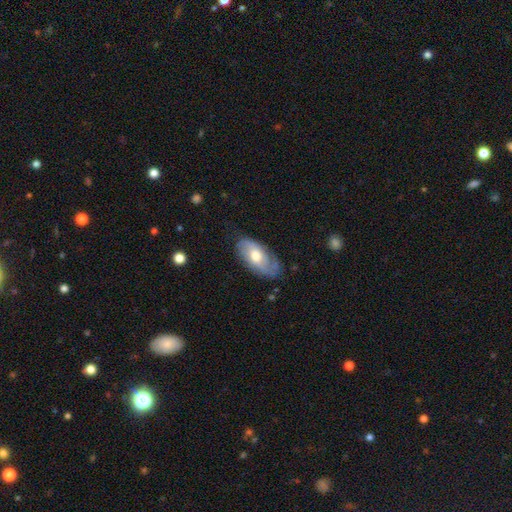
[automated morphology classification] Q: Smooth or featured?
A: featured or disk (53%); runner-up: smooth (41%)
Q: Edge-on disk?
A: no (89%); runner-up: yes (11%)
Q: Merging?
A: none (66%); runner-up: minor disturbance (25%)